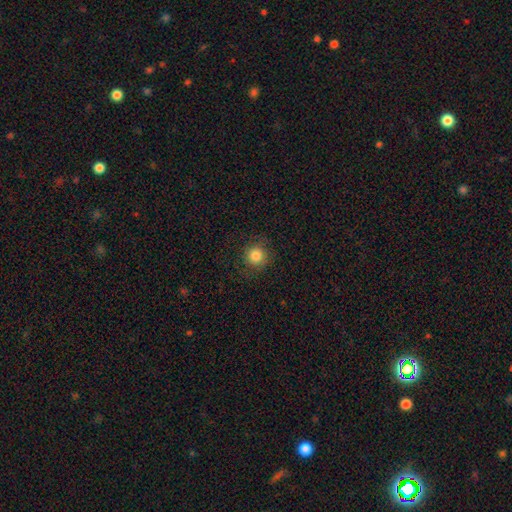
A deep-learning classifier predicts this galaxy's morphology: This appears to be a smooth galaxy with no disk features (84%) that is round (93%). Merging: none (88%).